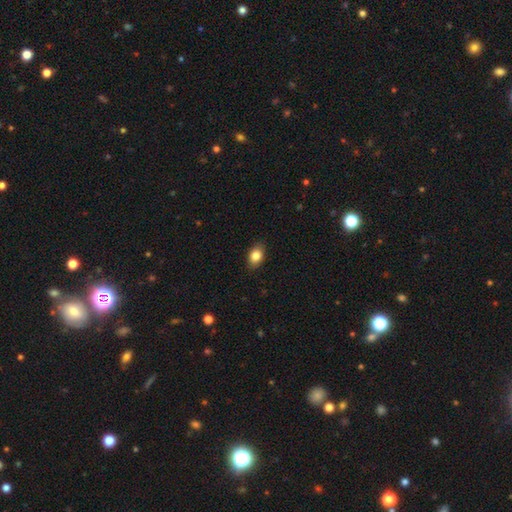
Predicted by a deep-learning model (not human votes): A smooth galaxy with no disk features (84%) that is in between round and cigar-shaped (80%).

Vote fractions:
- Smooth or featured? smooth: 84% / star or artifact: 8% / featured or disk: 8%
- How rounded? in between: 80% / round: 18% / cigar-shaped: 2%
- Merging? none: 86% / minor disturbance: 11% / major disturbance: 2% / merger: 1%